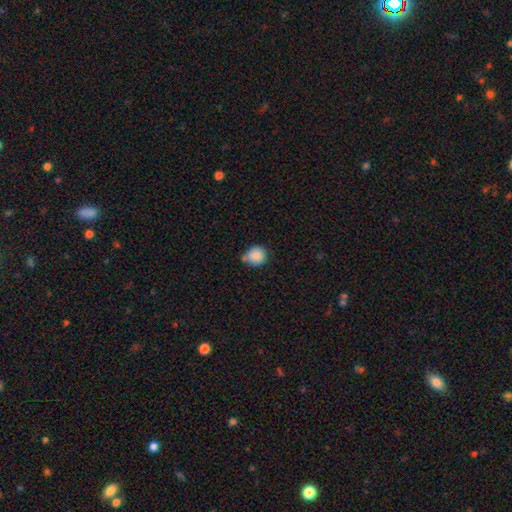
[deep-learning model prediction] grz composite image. It shows a smooth galaxy with no disk features (88%) that is round (87%). Merging: none (63%).